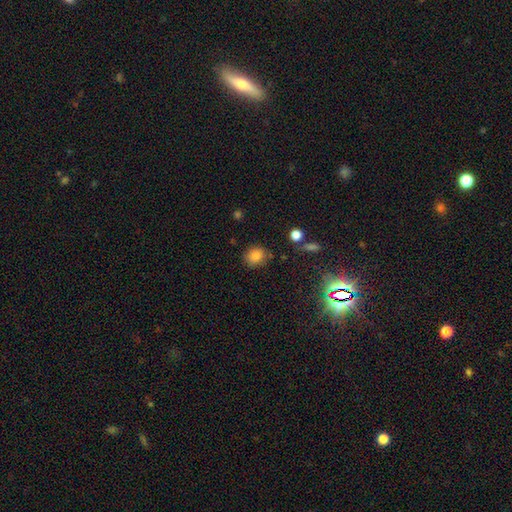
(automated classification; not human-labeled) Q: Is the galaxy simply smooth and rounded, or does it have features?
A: smooth — 82%.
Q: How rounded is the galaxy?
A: round — 73%.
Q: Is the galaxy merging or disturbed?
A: none — 80%.